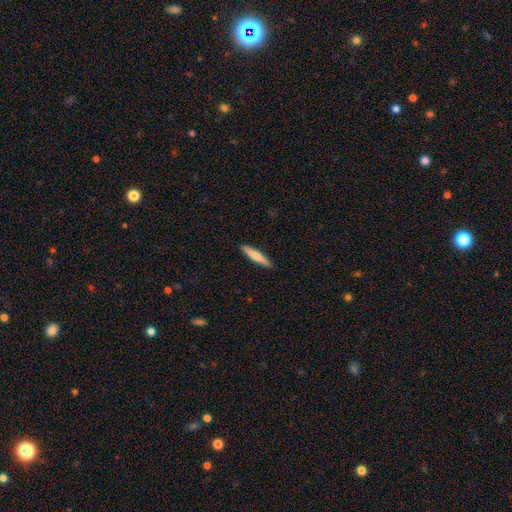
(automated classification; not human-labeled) This appears to be a smooth galaxy with no disk features (67%) that is cigar-shaped (90%). Merging: none (90%).